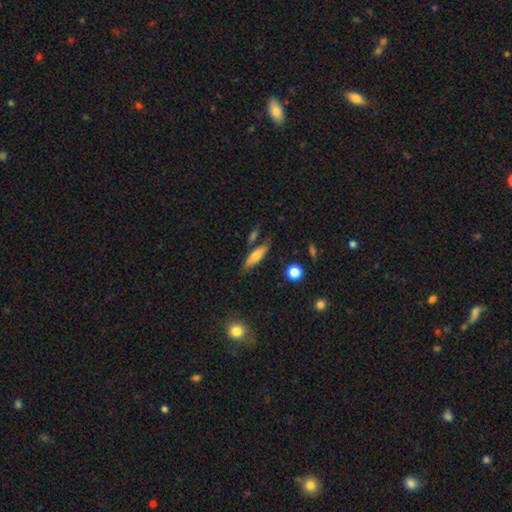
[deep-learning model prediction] Morphology: type=smooth (65%); roundness=cigar-shaped (61%); merging=none (72%).